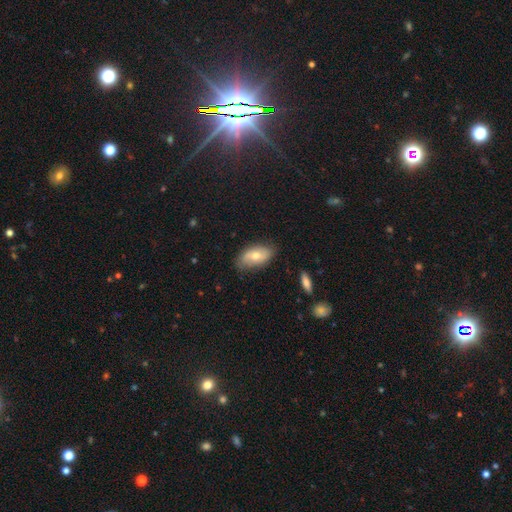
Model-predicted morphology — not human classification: The model was most divided on "smooth or featured": smooth: 61%, featured or disk: 33%, star or artifact: 6%. More confident: how rounded — in between (93%); merging — none (78%).